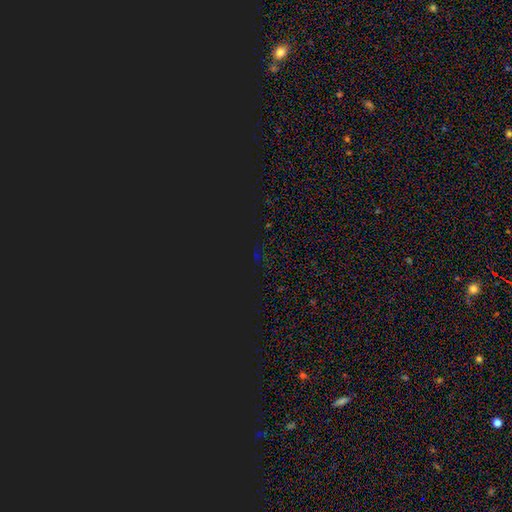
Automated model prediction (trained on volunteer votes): Overall: star or artifact (81%).